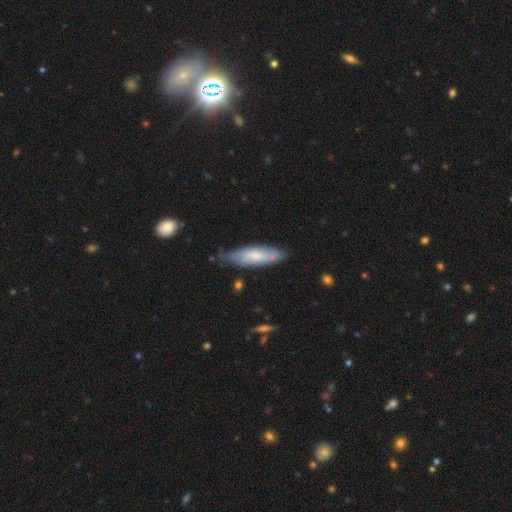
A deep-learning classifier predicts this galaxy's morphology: This is likely a smooth galaxy (62%). How rounded: possibly cigar-shaped (56%). Merging: likely none (61%).